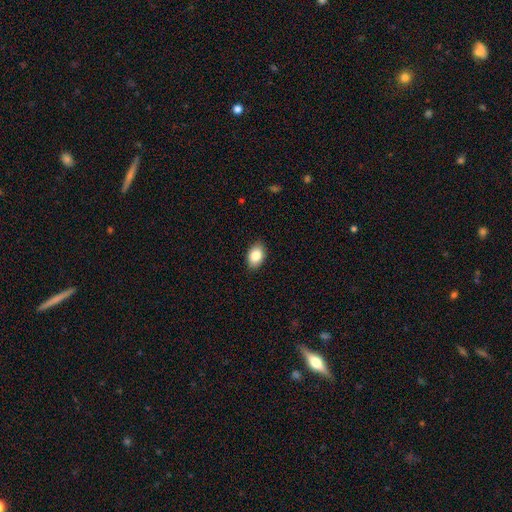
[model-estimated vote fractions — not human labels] Overall: smooth (85%). How rounded: in between (86%). Merging: none (88%).